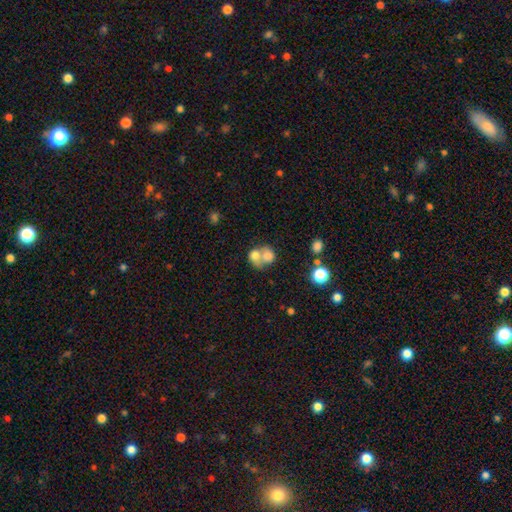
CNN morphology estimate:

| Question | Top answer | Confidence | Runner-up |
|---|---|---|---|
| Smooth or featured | smooth | 71% | featured or disk (20%) |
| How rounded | round | 61% | in between (38%) |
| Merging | merger | 71% | none (18%) |